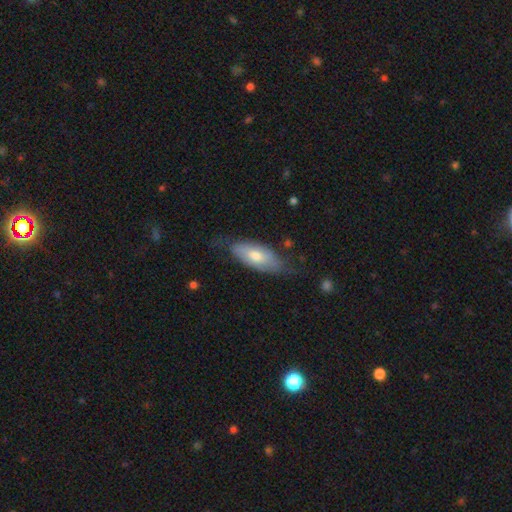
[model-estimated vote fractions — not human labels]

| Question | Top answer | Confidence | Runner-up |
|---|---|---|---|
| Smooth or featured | smooth | 60% | featured or disk (34%) |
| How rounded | in between | 81% | cigar-shaped (17%) |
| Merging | none | 61% | minor disturbance (28%) |